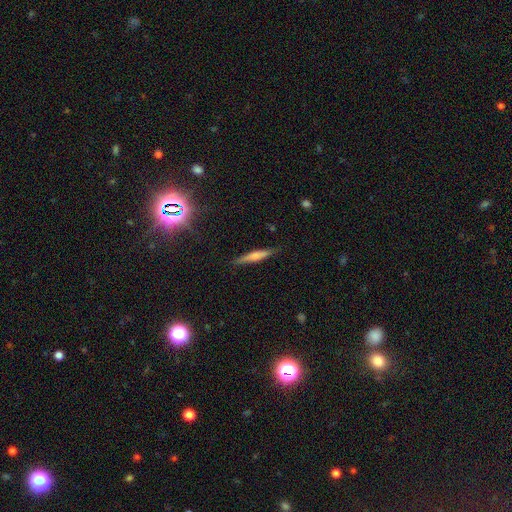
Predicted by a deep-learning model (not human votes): Smooth or featured?
  - smooth: 56% *
  - featured or disk: 36%
  - star or artifact: 8%
How rounded?
  - cigar-shaped: 91% *
  - in between: 7%
  - round: 2%
Merging?
  - none: 86% *
  - minor disturbance: 10%
  - major disturbance: 2%
  - merger: 1%